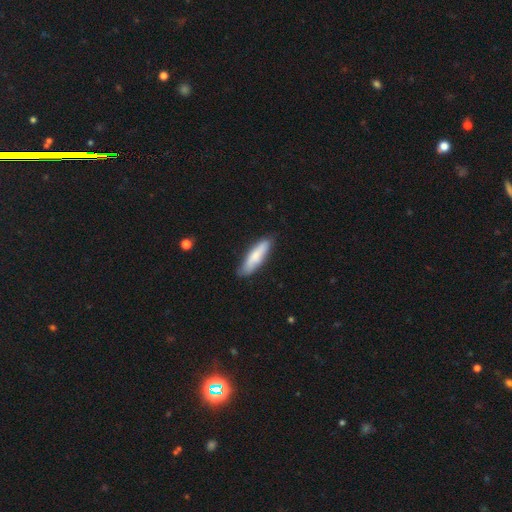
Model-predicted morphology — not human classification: smooth-or-featured: smooth: 74% | featured or disk: 20% | star or artifact: 5%
  how-rounded: cigar-shaped: 69% | in between: 30% | round: 1%
  merging: none: 80% | minor disturbance: 16% | major disturbance: 2% | merger: 1%